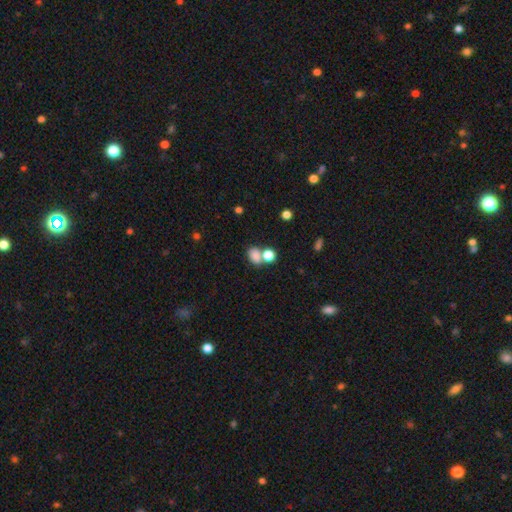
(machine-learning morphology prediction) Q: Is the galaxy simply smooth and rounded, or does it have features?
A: smooth — 80%.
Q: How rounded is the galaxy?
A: in between — 65%.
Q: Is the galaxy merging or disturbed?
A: none — 44%.